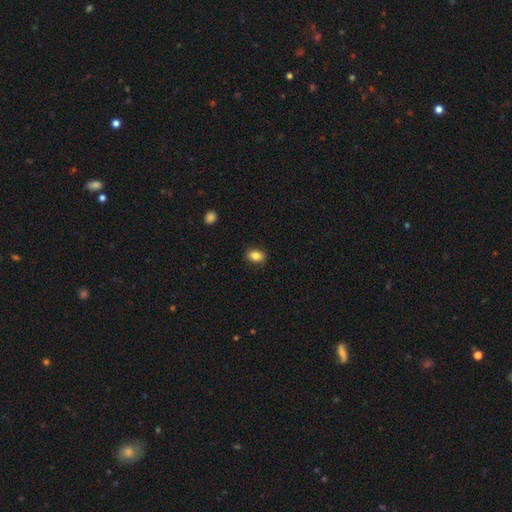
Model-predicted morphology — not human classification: smooth-or-featured: smooth: 85% | star or artifact: 9% | featured or disk: 5%
  how-rounded: in between: 75% | round: 23% | cigar-shaped: 1%
  merging: none: 88% | minor disturbance: 9% | major disturbance: 2% | merger: 1%